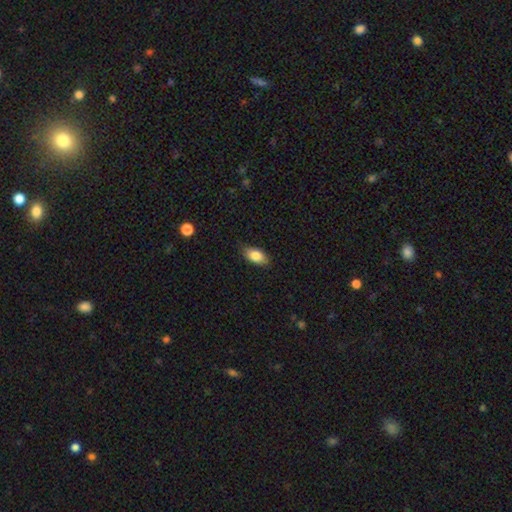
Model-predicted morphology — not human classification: type=smooth (83%); roundness=in between (90%); merging=none (82%).